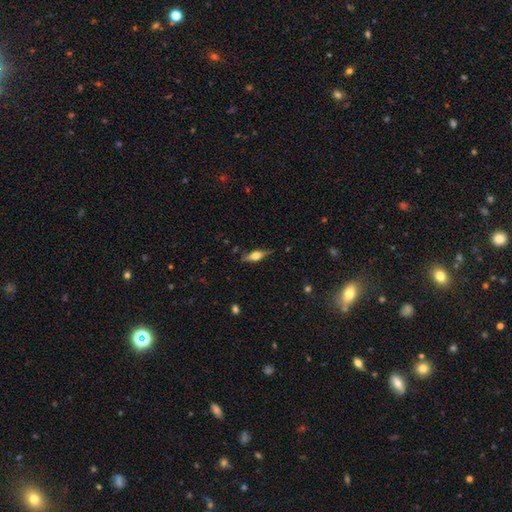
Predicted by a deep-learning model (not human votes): smooth-or-featured: featured or disk: 60% | smooth: 33% | star or artifact: 7%
  disk-edge-on: yes: 94% | no: 6%
    edge-on-bulge: rounded: 89% | boxy: 9% | none: 2%
  merging: none: 83% | minor disturbance: 13% | major disturbance: 3% | merger: 2%